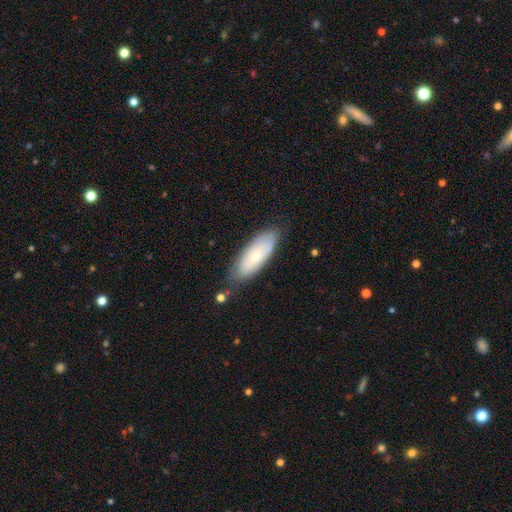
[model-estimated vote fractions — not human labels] Q: Smooth or featured?
A: smooth (56%); runner-up: featured or disk (38%)
Q: How rounded?
A: in between (71%); runner-up: cigar-shaped (27%)
Q: Merging?
A: none (75%); runner-up: minor disturbance (19%)